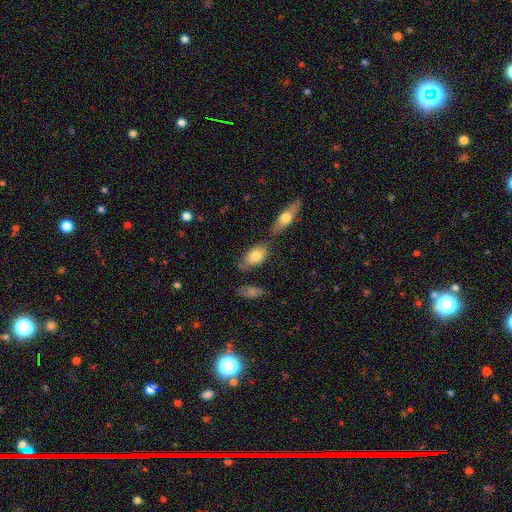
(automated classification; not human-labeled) Smooth or featured? smooth (76%)
How rounded? in between (88%)
Merging? none (57%)